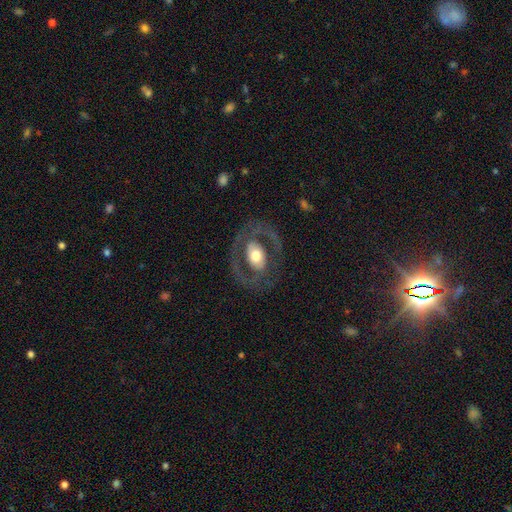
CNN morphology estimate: Smooth or featured?
  - featured or disk: 67% *
  - smooth: 27%
  - star or artifact: 5%
Edge-on disk?
  - no: 94% *
  - yes: 6%
Bar?
  - no: 59% *
  - weak: 24%
  - strong: 17%
Spiral arms?
  - no: 53% *
  - yes: 47%
Bulge size?
  - moderate: 59% *
  - large: 29%
  - small: 8%
  - dominant: 3%
  - none: 1%
Merging?
  - none: 74% *
  - minor disturbance: 12%
  - major disturbance: 12%
  - merger: 1%